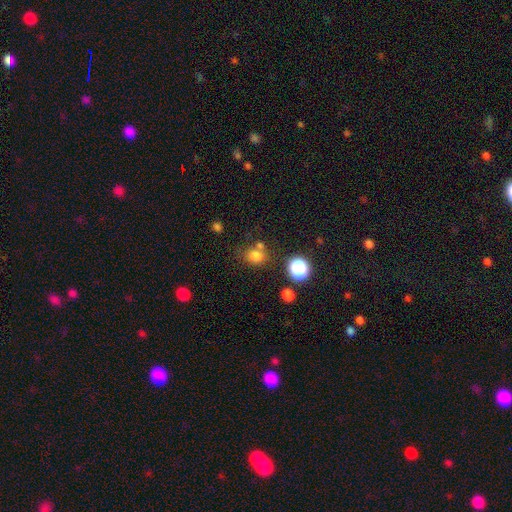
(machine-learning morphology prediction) A smooth galaxy with no disk features (77%) that is round (67%). Merging: none (66%).